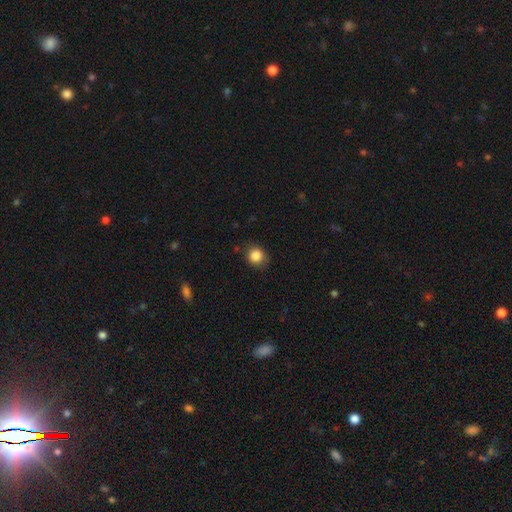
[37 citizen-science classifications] Smooth or featured? smooth (84%)
How rounded? round (68%)
Merging? none (86%)